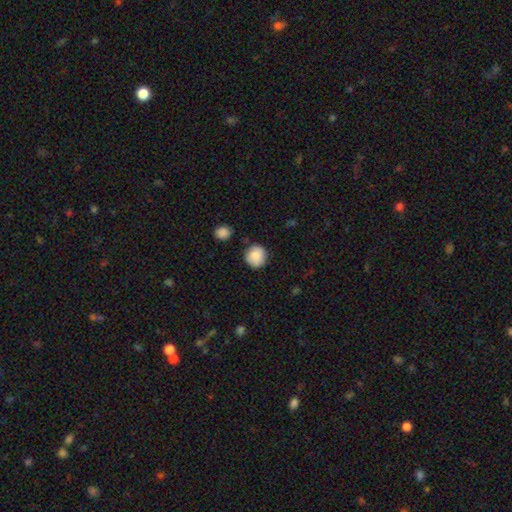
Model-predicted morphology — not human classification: Q: Smooth or featured?
A: smooth (86%); runner-up: star or artifact (8%)
Q: How rounded?
A: round (91%); runner-up: in between (8%)
Q: Merging?
A: none (83%); runner-up: minor disturbance (12%)